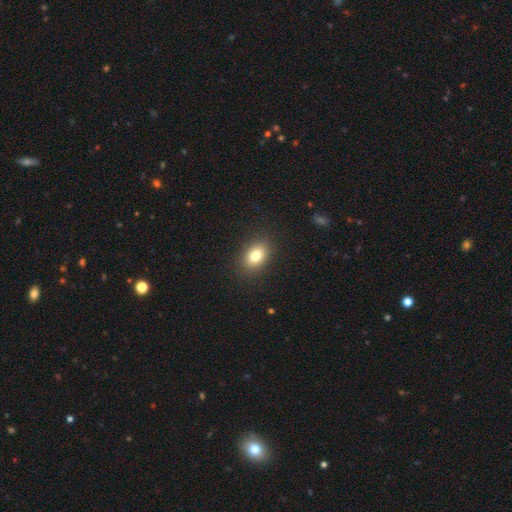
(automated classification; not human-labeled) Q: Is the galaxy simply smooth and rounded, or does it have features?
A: smooth — 79%.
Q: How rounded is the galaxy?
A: in between — 80%.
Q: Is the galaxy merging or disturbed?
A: none — 88%.